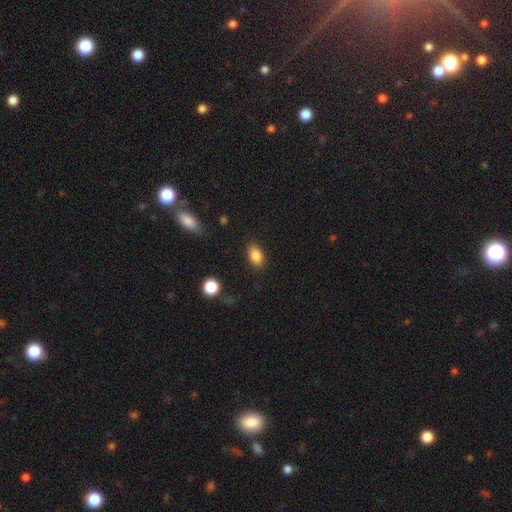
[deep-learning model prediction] This appears to be a smooth galaxy with no disk features (86%) that is in between round and cigar-shaped (87%). Merging: none (85%).